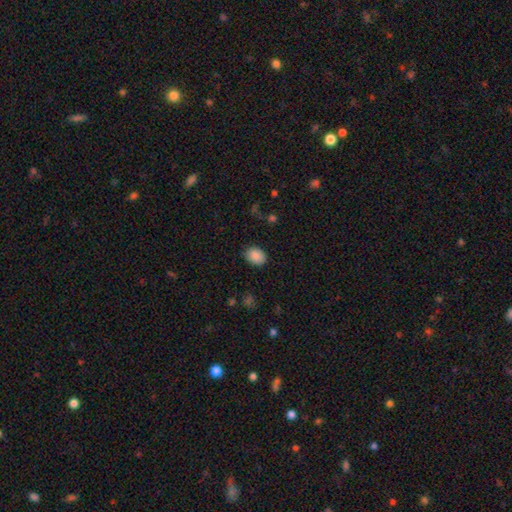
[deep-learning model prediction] This is clearly a smooth galaxy (88%). How rounded: likely in between (62%). Merging: clearly none (86%).